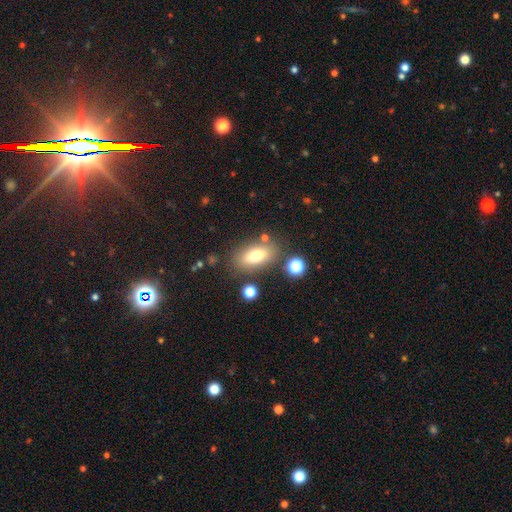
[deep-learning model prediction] Smooth or featured? Predicted: smooth (p=0.72). How rounded? Predicted: in between (p=0.84). Merging? Predicted: none (p=0.77).